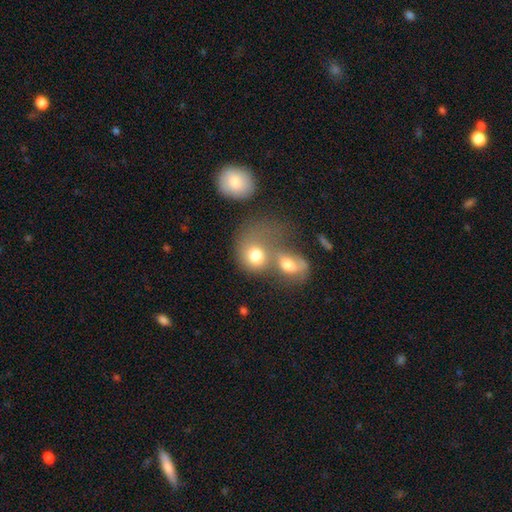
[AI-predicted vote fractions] Smooth or featured? smooth (70%)
How rounded? round (52%)
Merging? merger (65%)